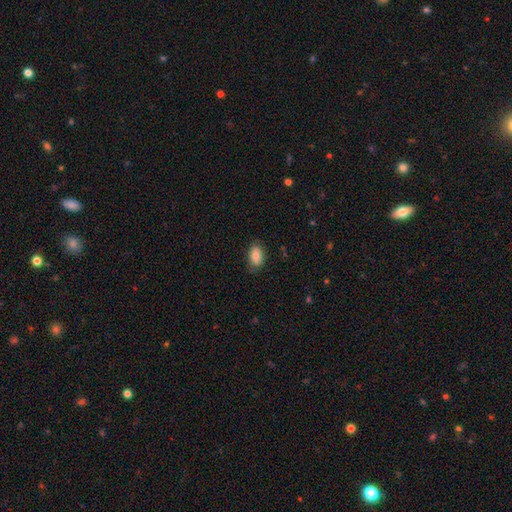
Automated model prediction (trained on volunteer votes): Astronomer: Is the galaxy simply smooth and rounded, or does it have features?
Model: smooth — 80%.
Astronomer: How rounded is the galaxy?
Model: in between — 91%.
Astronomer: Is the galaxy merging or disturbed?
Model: none — 78%.